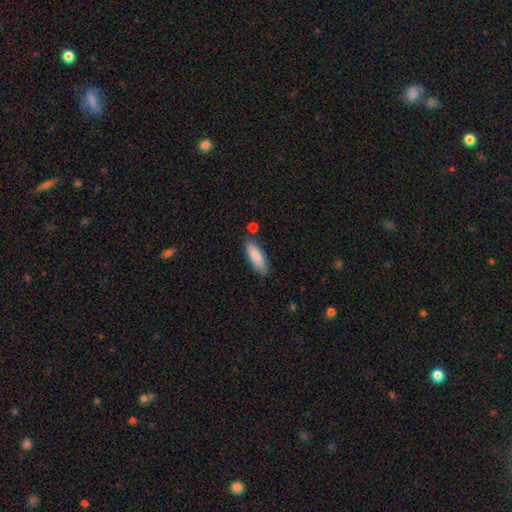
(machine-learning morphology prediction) This is clearly a smooth galaxy (83%). How rounded: possibly in between (59%). Merging: likely none (76%).